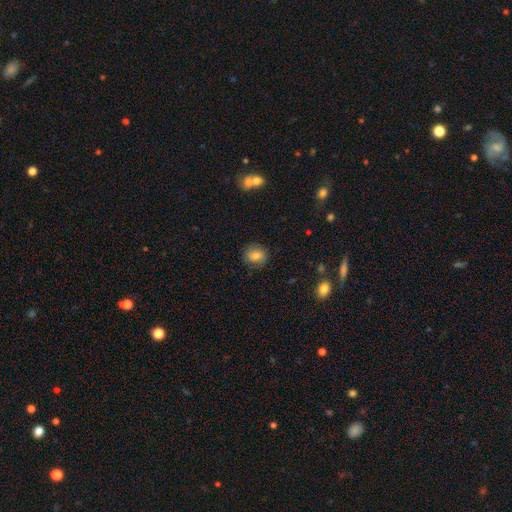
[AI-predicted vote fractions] This appears to be a smooth galaxy with no disk features (75%) that is round (75%). Merging: none (82%).